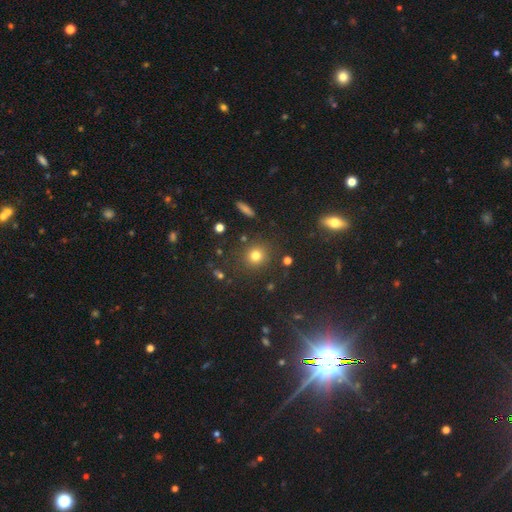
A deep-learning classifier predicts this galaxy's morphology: smooth-or-featured: smooth: 74% | star or artifact: 18% | featured or disk: 8%
  how-rounded: round: 89% | in between: 10% | cigar-shaped: 1%
  merging: none: 85% | minor disturbance: 8% | merger: 3% | major disturbance: 3%